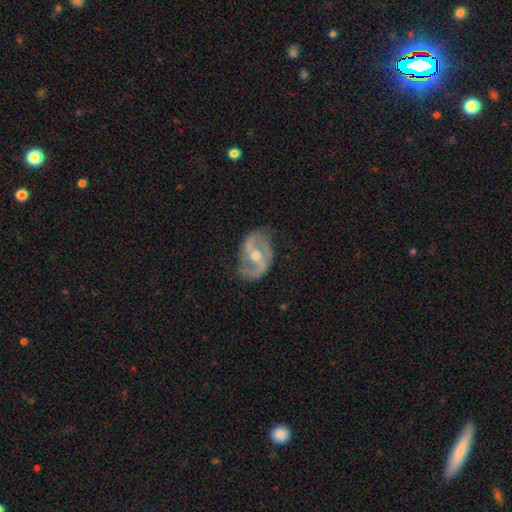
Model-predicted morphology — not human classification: Overall: featured or disk (87%). Edge-on disk: no (97%). Bar: weak (43%; strong 32%). Spiral arms: yes (94%). Spiral arm count: 2 (89%). Spiral winding: medium (48%; loose 34%). Bulge size: moderate (69%). Merging: none (73%).